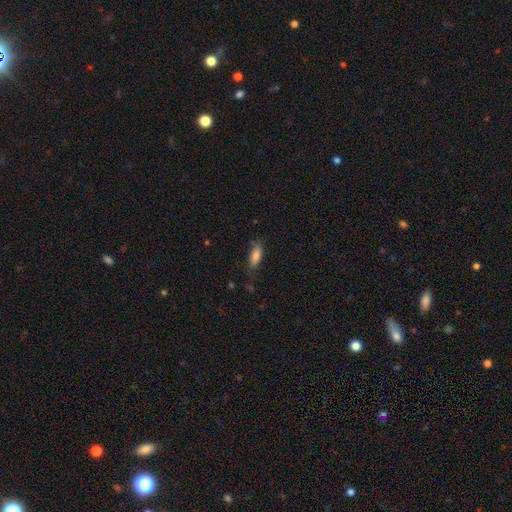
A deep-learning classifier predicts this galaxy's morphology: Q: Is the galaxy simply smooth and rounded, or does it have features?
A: smooth — 80%.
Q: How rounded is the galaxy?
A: in between — 67%.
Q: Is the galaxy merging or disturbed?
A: none — 68%.